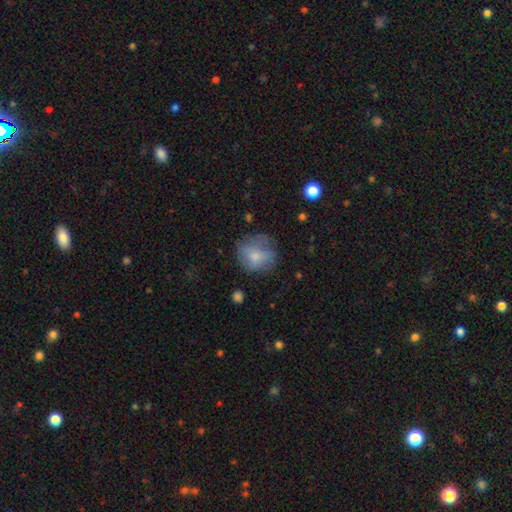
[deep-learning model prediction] This is likely a smooth galaxy (69%). How rounded: likely round (74%). Merging: possibly none (55%).